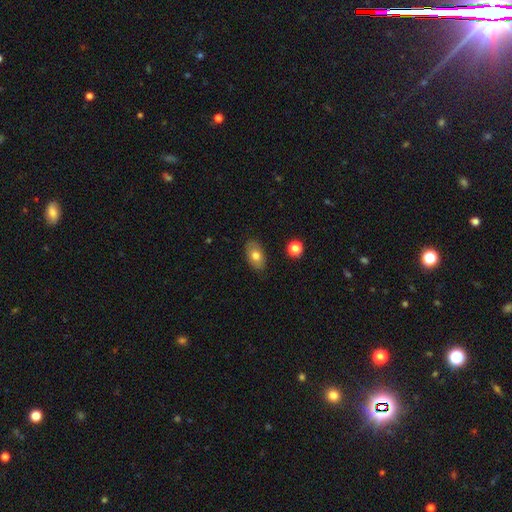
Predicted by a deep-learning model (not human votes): Morphology: type=smooth (75%); roundness=in between (90%); merging=none (86%).